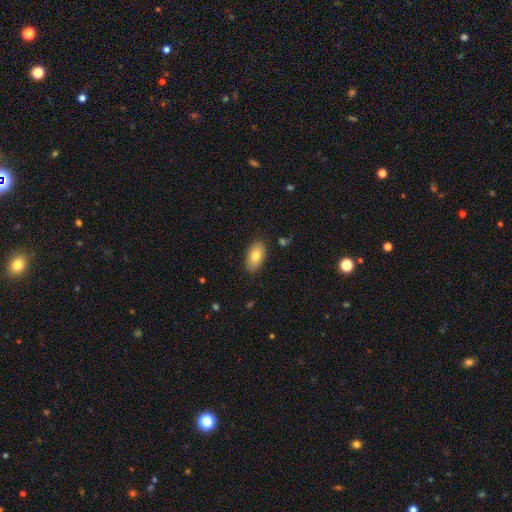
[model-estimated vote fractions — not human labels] smooth_or_featured: smooth (p=0.79) [alt: featured or disk p=0.15]
how_rounded: in between (p=0.93) [alt: round p=0.05]
merging: none (p=0.85) [alt: minor disturbance p=0.11]